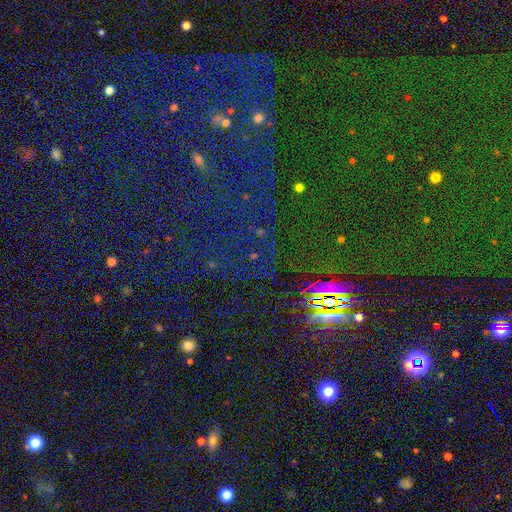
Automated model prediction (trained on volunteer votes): Smooth or featured? star or artifact (84%)